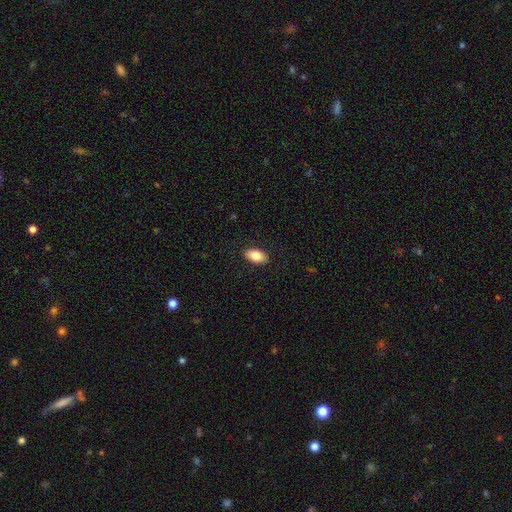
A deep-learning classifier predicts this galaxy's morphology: The model was most divided on "smooth or featured": smooth: 83%, featured or disk: 10%, star or artifact: 7%. More confident: how rounded — in between (93%); merging — none (89%).